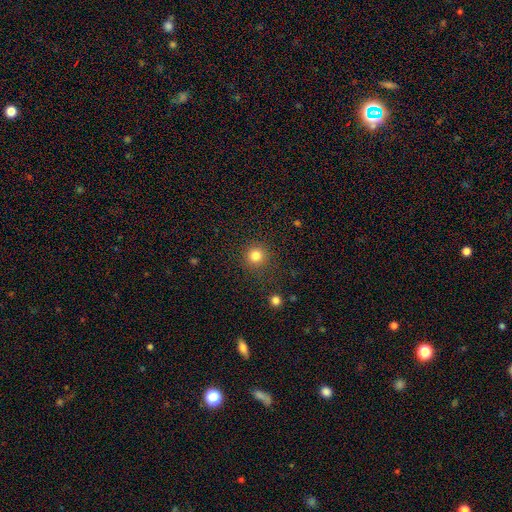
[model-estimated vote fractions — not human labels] The model was most divided on "smooth or featured": smooth: 82%, star or artifact: 13%, featured or disk: 5%. More confident: how rounded — round (94%); merging — none (88%).